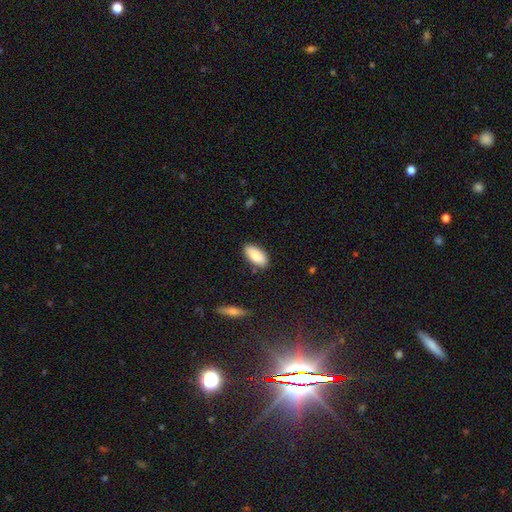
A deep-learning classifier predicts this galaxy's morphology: smooth 84%, featured or disk 9%, star or artifact 6%. Down the decision tree: how rounded — in between (90%); merging — none (83%).